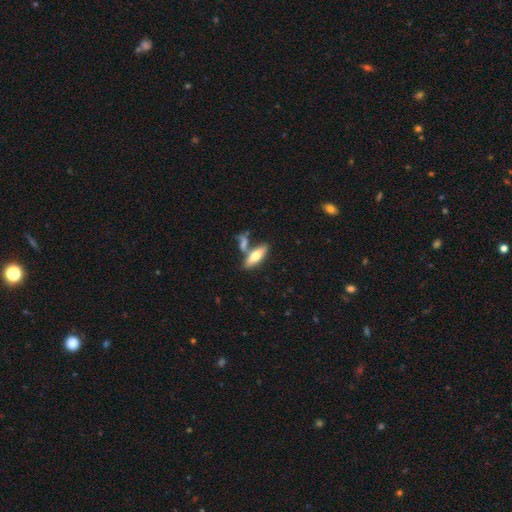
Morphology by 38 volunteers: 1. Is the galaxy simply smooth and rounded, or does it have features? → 61% smooth, 34% featured or disk, 5% star or artifact.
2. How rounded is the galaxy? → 65% in between, 35% cigar-shaped, 0% round.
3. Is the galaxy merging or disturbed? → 47% none, 36% merger, 14% major disturbance, 3% minor disturbance.